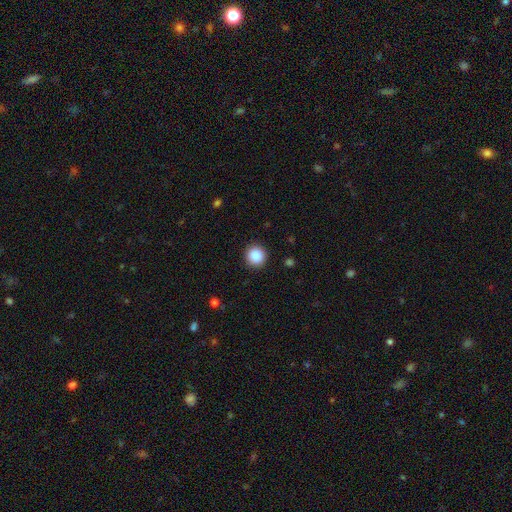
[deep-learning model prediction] A smooth galaxy with no disk features (88%) that is round (95%).

Vote fractions:
- Smooth or featured? smooth: 88% / star or artifact: 9% / featured or disk: 3%
- How rounded? round: 95% / in between: 5% / cigar-shaped: 1%
- Merging? none: 92% / minor disturbance: 5% / major disturbance: 2% / merger: 1%